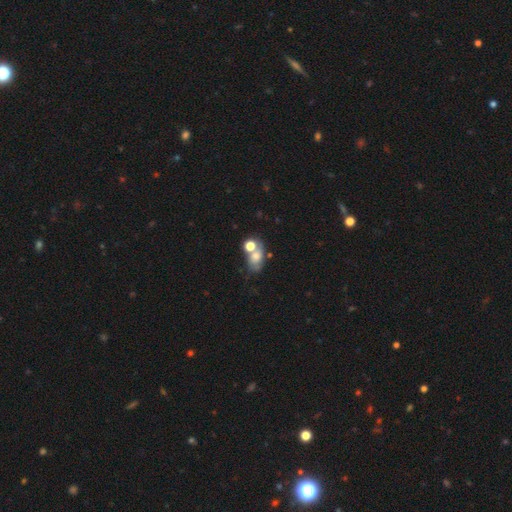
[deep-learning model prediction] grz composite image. It shows a smooth galaxy with no disk features (58%) that is in between round and cigar-shaped (68%). Merging: merger (42%).